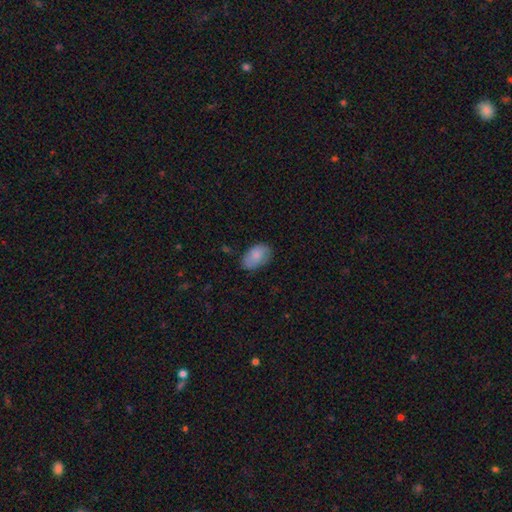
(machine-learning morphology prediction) The model was most divided on "merging": none: 74%, minor disturbance: 21%, major disturbance: 4%, merger: 1%. More confident: how rounded — in between (91%); smooth or featured — smooth (83%).